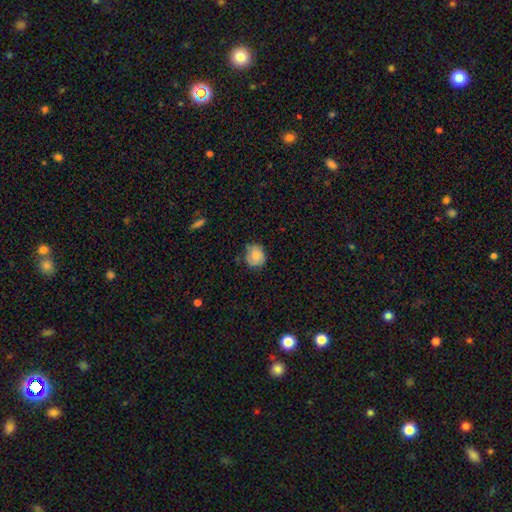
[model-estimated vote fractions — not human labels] Overall: smooth (68%). How rounded: round (75%). Merging: none (66%).